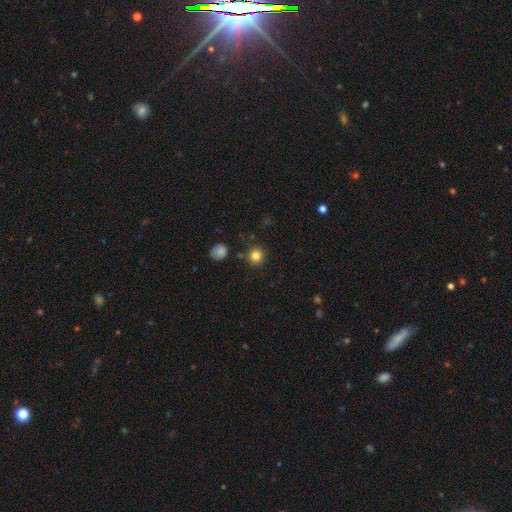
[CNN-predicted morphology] type=smooth (82%); roundness=round (93%); merging=none (87%).